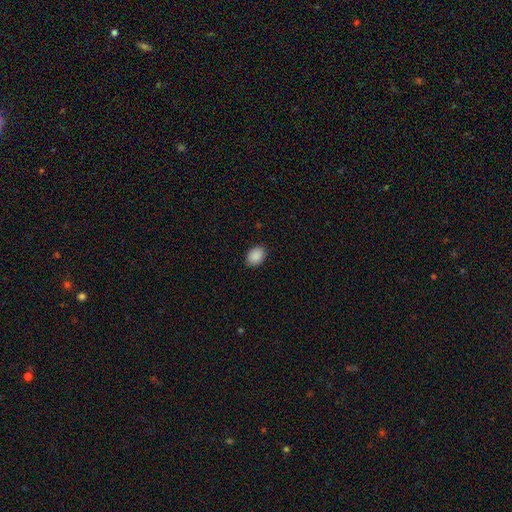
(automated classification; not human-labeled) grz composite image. It shows a smooth galaxy with no disk features (90%) that is in between round and cigar-shaped (66%). Merging: none (88%).